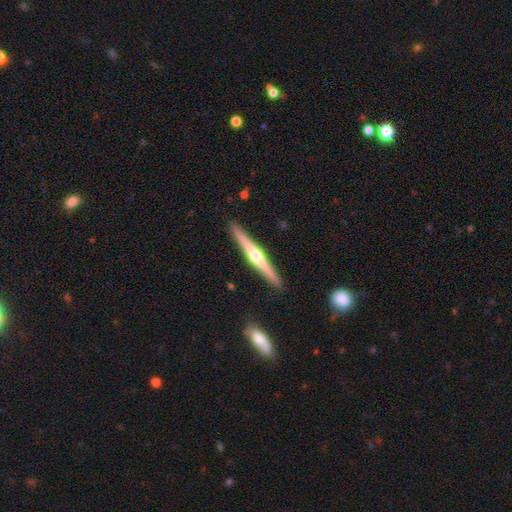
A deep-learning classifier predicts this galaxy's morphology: A featured or disk galaxy (78%) viewed edge-on (98%) with a rounded central bulge (94%).

Vote fractions:
- Smooth or featured? featured or disk: 78% / smooth: 17% / star or artifact: 5%
- Edge-on disk? yes: 98% / no: 2%
- Edge-on bulge? rounded: 94% / boxy: 3% / none: 3%
- Merging? none: 91% / minor disturbance: 6% / merger: 1% / major disturbance: 1%